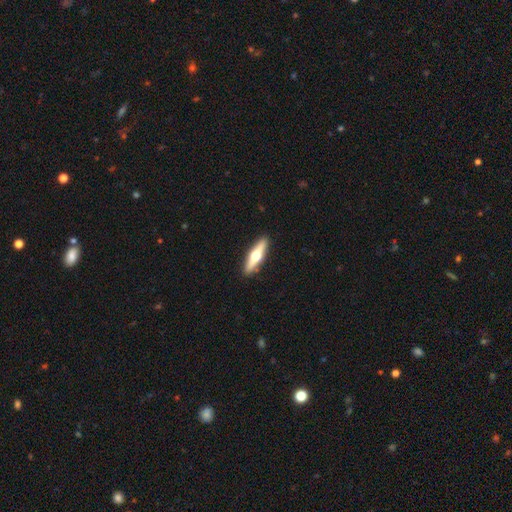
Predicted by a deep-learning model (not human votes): featured or disk 57%, smooth 38%, star or artifact 5%. Down the decision tree: edge-on disk — yes (94%); edge-on bulge — rounded (95%); merging — none (91%).